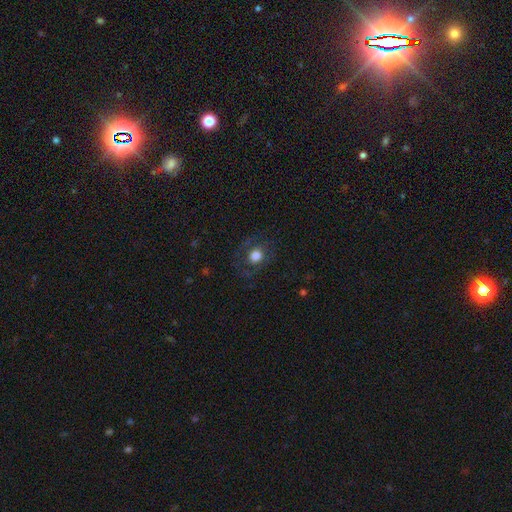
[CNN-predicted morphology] Overall: smooth (64%). How rounded: round (77%). Merging: none (75%).